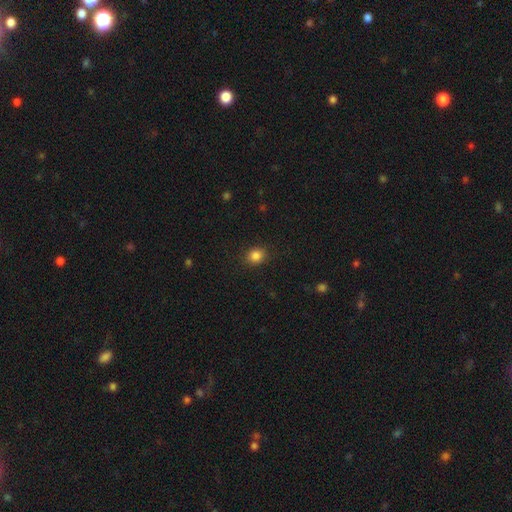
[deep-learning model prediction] smooth_or_featured: smooth (p=0.85) [alt: star or artifact p=0.11]
how_rounded: round (p=0.69) [alt: in between p=0.30]
merging: none (p=0.88) [alt: minor disturbance p=0.08]